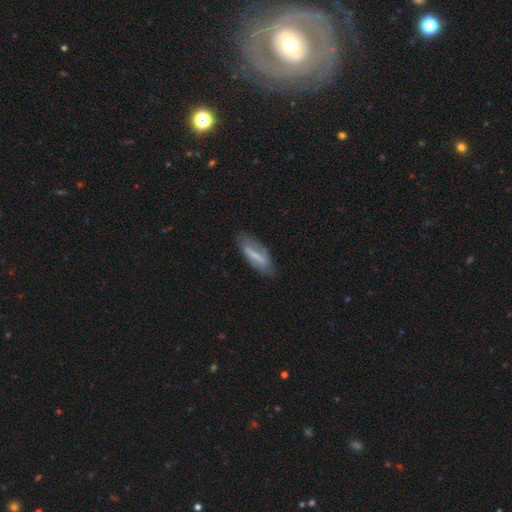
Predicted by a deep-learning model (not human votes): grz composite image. It shows a smooth galaxy with no disk features (50%) that is in between round and cigar-shaped (55%). Merging: none (70%).